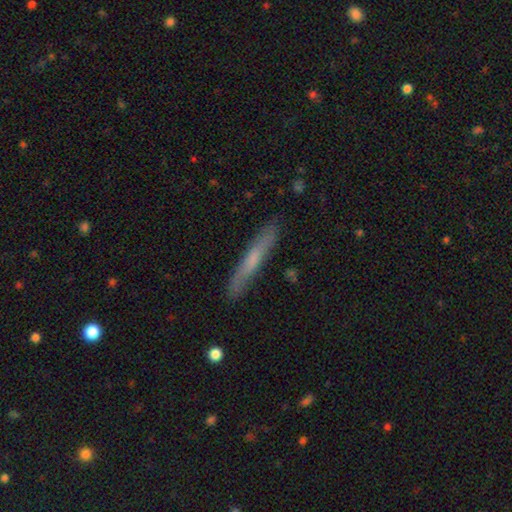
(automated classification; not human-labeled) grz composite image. It shows a smooth galaxy with no disk features (48%). Merging: none (87%).